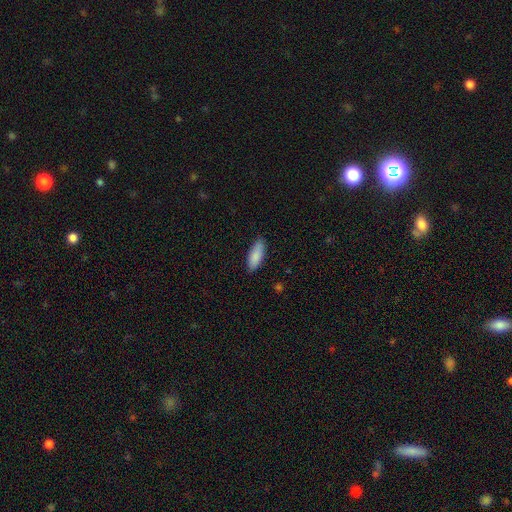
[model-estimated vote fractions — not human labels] Smooth or featured? Predicted: smooth (p=0.88). How rounded? Predicted: in between (p=0.71). Merging? Predicted: none (p=0.86).